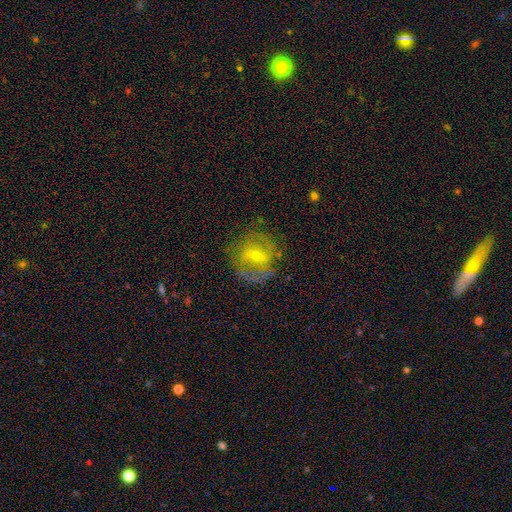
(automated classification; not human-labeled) A featured or disk galaxy (65%) with a weak bar (46%), spiral arms (59%) and a small central bulge (55%).

Vote fractions:
- Smooth or featured? featured or disk: 65% / smooth: 26% / star or artifact: 9%
- Edge-on disk? no: 95% / yes: 5%
- Bar? weak: 46% / no: 28% / strong: 26%
- Spiral arms? yes: 59% / no: 41%
- Bulge size? small: 55% / moderate: 40% / none: 2% / large: 2% / dominant: 1%
- Merging? none: 67% / minor disturbance: 18% / major disturbance: 13% / merger: 2%